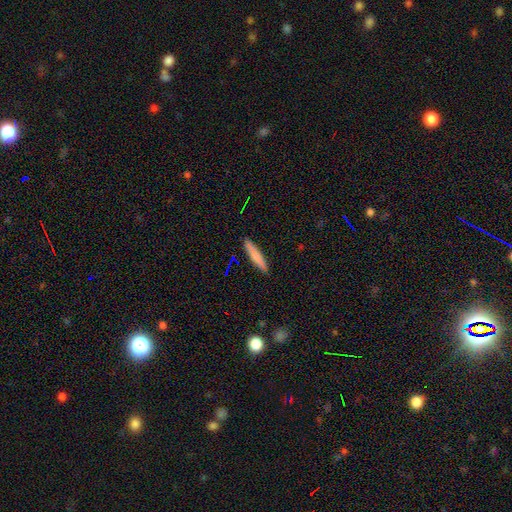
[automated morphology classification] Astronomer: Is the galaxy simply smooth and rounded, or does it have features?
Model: smooth — 73%.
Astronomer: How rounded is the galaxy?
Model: cigar-shaped — 91%.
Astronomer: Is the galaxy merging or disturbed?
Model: none — 90%.